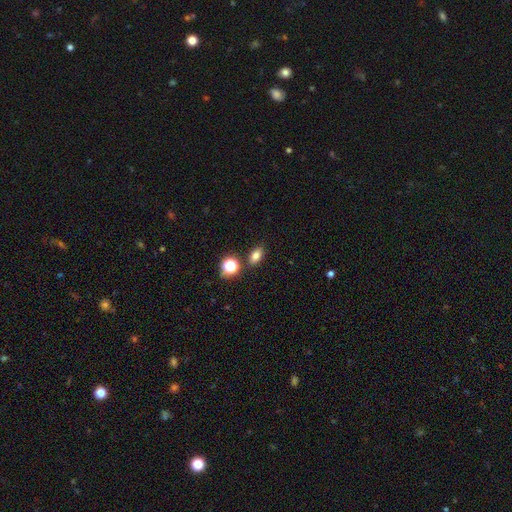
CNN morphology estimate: The model was most divided on "how rounded": in between: 78%, round: 18%, cigar-shaped: 3%. More confident: merging — none (81%); smooth or featured — smooth (77%).